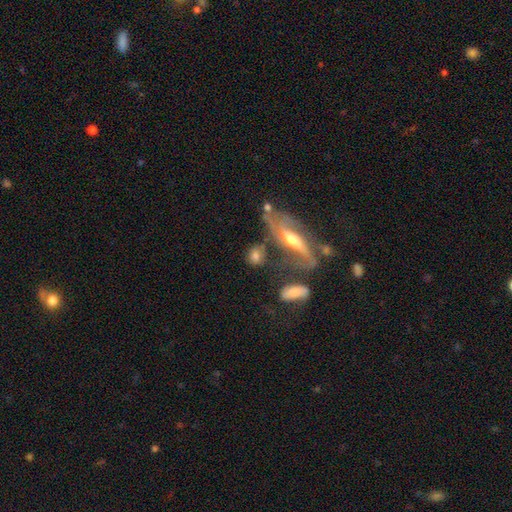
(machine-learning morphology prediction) This appears to be a smooth galaxy with no disk features (56%) that is in between round and cigar-shaped (55%). Merging: none (52%).